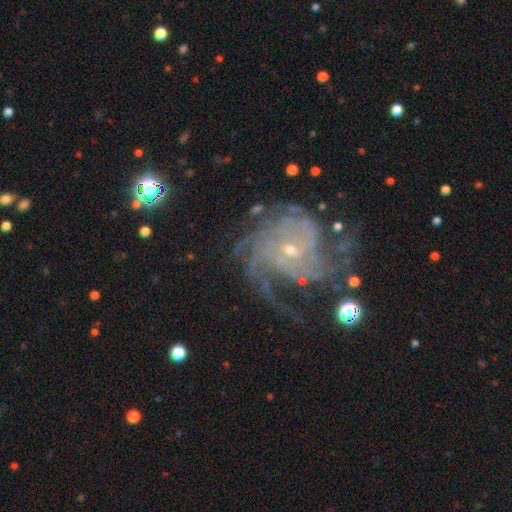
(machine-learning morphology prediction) Smooth or featured? Predicted: featured or disk (p=0.85). Edge-on disk? Predicted: no (p=0.97). Bar? Predicted: no (p=0.71). Spiral arms? Predicted: yes (p=0.97). Spiral winding? Predicted: tight (p=0.59). Spiral arm count? Predicted: can't tell (p=0.24). Bulge size? Predicted: small (p=0.79). Merging? Predicted: none (p=0.63).